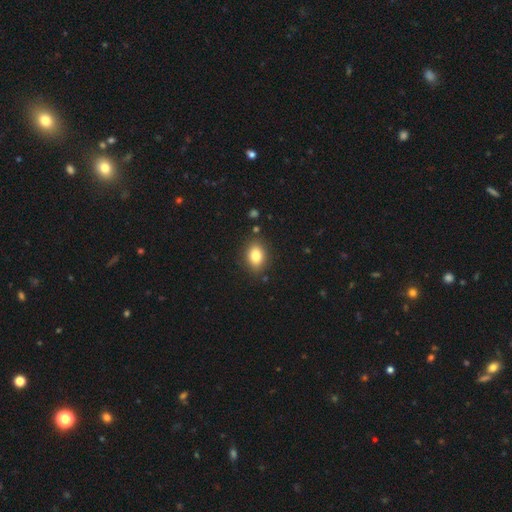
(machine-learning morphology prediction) This is clearly a smooth galaxy (83%). How rounded: likely in between (75%). Merging: clearly none (85%).